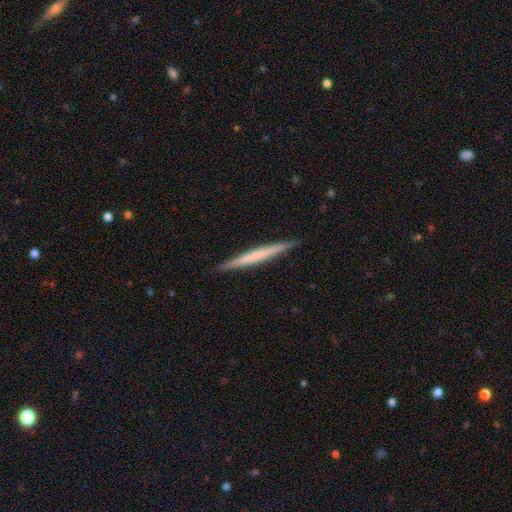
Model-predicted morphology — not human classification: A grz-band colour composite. It shows a smooth galaxy with no disk features (49%). Merging: none (92%).